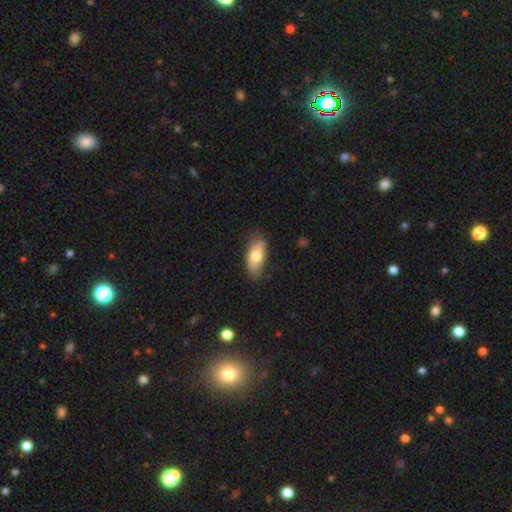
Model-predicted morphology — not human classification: A smooth galaxy with no disk features (72%) that is in between round and cigar-shaped (86%). Merging: none (73%).